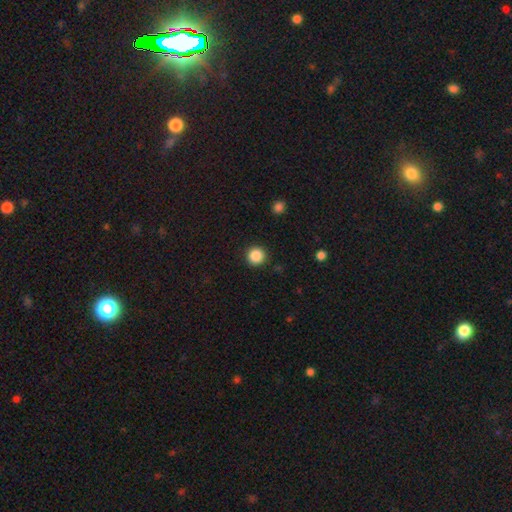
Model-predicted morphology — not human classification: Smooth or featured: smooth — 87% (star or artifact — 10%)
How rounded: round — 95% (in between — 4%)
Merging: none — 92% (minor disturbance — 5%)